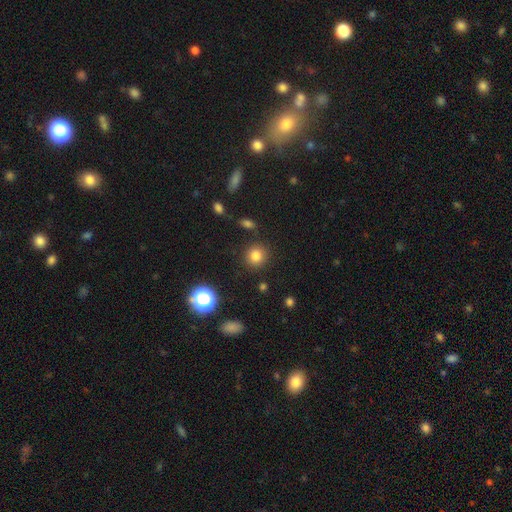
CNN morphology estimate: This is clearly a smooth galaxy (80%). How rounded: clearly round (90%). Merging: clearly none (87%).